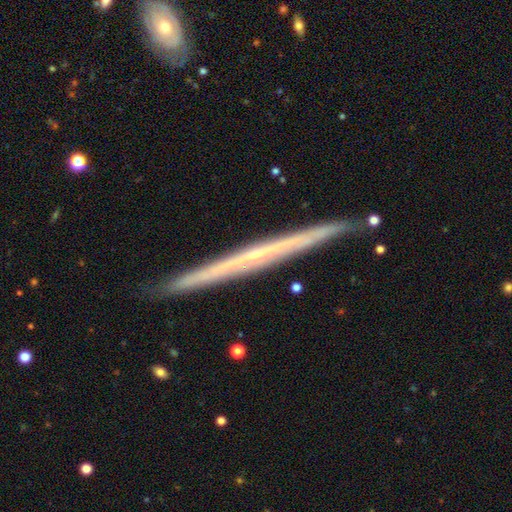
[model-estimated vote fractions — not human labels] Q: Smooth or featured?
A: featured or disk (73%); runner-up: smooth (20%)
Q: Edge-on disk?
A: yes (97%); runner-up: no (3%)
Q: Edge-on bulge?
A: none (79%); runner-up: rounded (18%)
Q: Merging?
A: none (90%); runner-up: minor disturbance (7%)